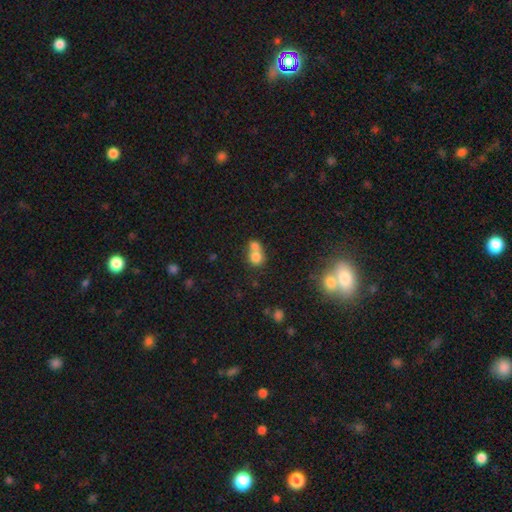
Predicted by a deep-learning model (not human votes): A smooth galaxy with no disk features (76%) that is round (72%). Merging: merger (64%).